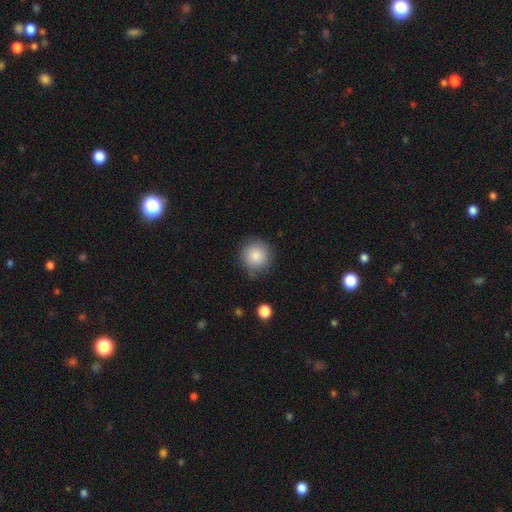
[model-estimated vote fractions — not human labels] smooth_or_featured: smooth (p=0.86) [alt: star or artifact p=0.08]
how_rounded: round (p=0.93) [alt: in between p=0.06]
merging: none (p=0.79) [alt: minor disturbance p=0.15]